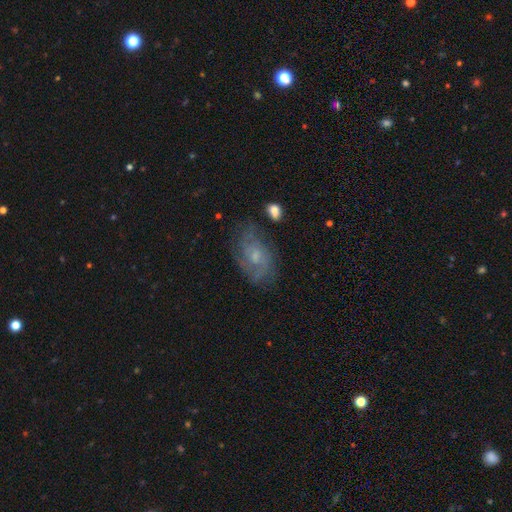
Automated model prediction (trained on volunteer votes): A featured or disk galaxy (70%) with no bar (69%), tight (43%) spiral arms (88%) and a small central bulge (52%). Merging: none (70%).